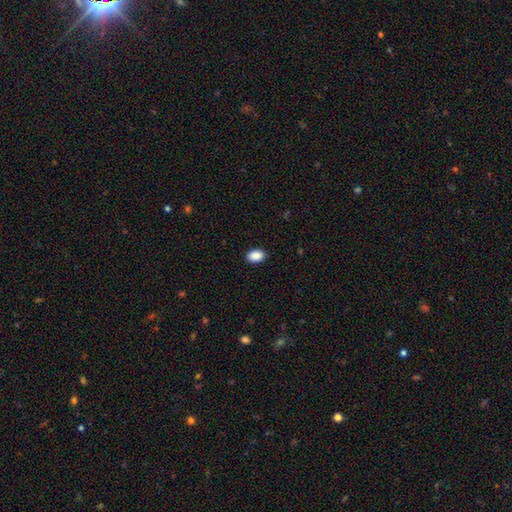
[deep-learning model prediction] smooth 90%, star or artifact 7%, featured or disk 2%. Down the decision tree: how rounded — in between (87%); merging — none (90%).